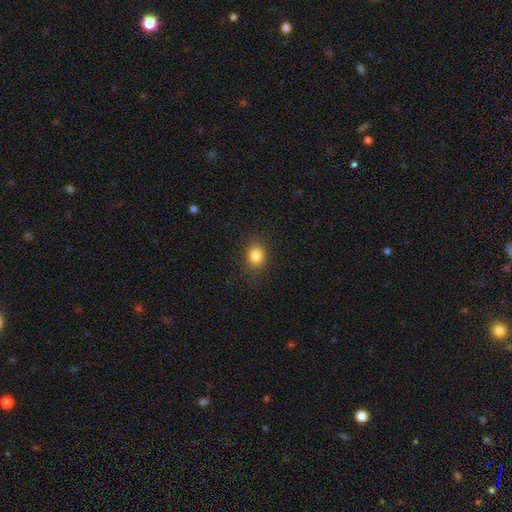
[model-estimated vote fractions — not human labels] The model was most divided on "how rounded": round: 58%, in between: 41%, cigar-shaped: 1%. More confident: merging — none (86%); smooth or featured — smooth (84%).